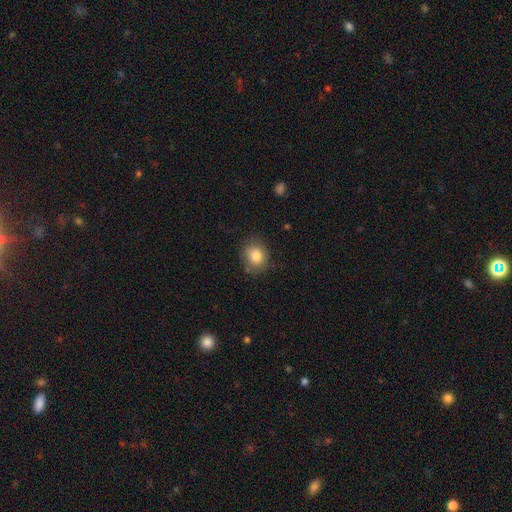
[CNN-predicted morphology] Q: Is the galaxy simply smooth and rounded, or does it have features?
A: smooth — 83%.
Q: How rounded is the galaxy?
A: round — 71%.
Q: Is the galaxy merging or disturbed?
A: none — 77%.